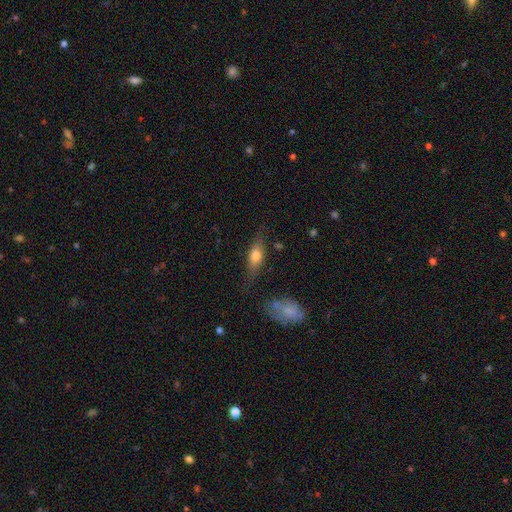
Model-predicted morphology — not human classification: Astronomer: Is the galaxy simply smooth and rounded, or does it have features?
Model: smooth — 61%.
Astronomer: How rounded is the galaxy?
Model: in between — 65%.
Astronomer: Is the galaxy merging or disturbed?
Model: none — 70%.